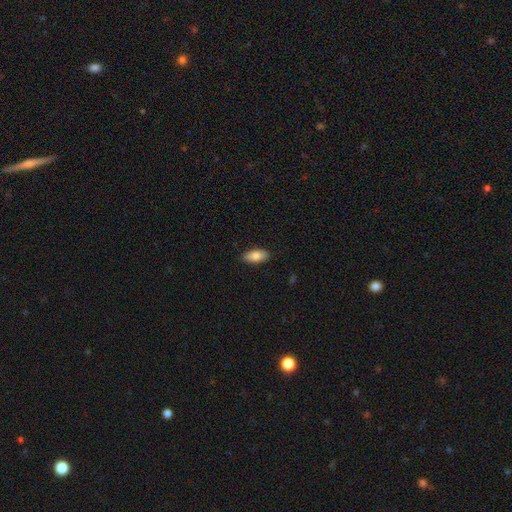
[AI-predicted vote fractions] smooth 84%, featured or disk 10%, star or artifact 6%. Down the decision tree: how rounded — in between (89%); merging — none (89%).